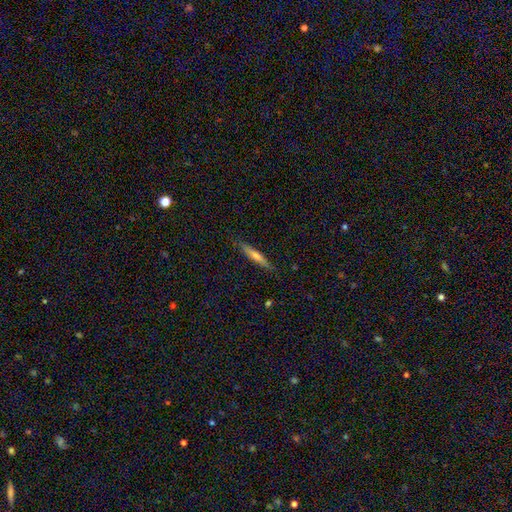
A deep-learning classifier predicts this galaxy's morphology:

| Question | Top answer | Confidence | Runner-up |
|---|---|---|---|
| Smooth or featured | featured or disk | 50% | smooth (44%) |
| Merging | none | 88% | minor disturbance (10%) |